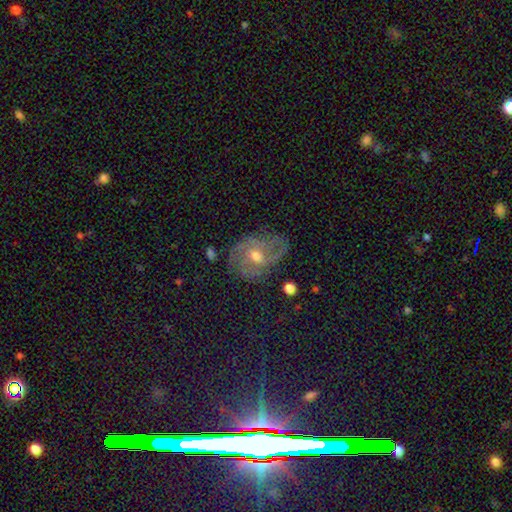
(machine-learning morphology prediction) Smooth or featured? featured or disk (70%)
Edge-on disk? no (96%)
Bar? no (56%)
Spiral arms? yes (88%)
Spiral winding? medium (42%)
Spiral arm count? can't tell (32%)
Bulge size? moderate (68%)
Merging? none (65%)